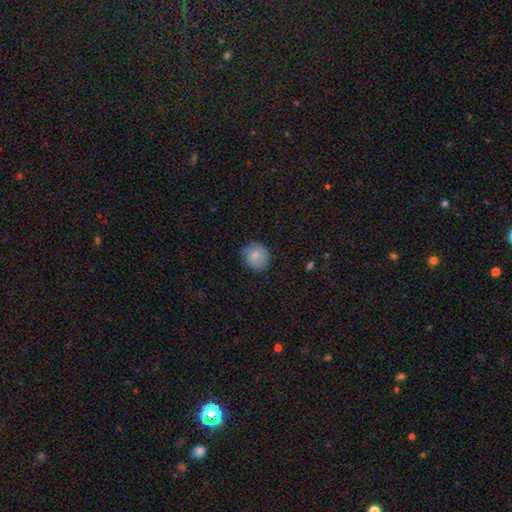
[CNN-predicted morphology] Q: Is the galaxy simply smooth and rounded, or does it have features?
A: smooth — 81%.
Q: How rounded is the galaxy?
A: round — 79%.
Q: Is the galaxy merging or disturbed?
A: none — 73%.